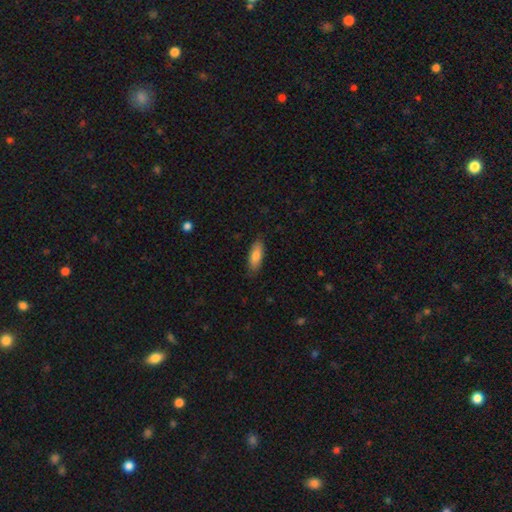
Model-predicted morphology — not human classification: Smooth or featured?
  - smooth: 81% *
  - featured or disk: 13%
  - star or artifact: 6%
How rounded?
  - in between: 65% *
  - cigar-shaped: 33%
  - round: 2%
Merging?
  - none: 84% *
  - minor disturbance: 12%
  - major disturbance: 2%
  - merger: 1%